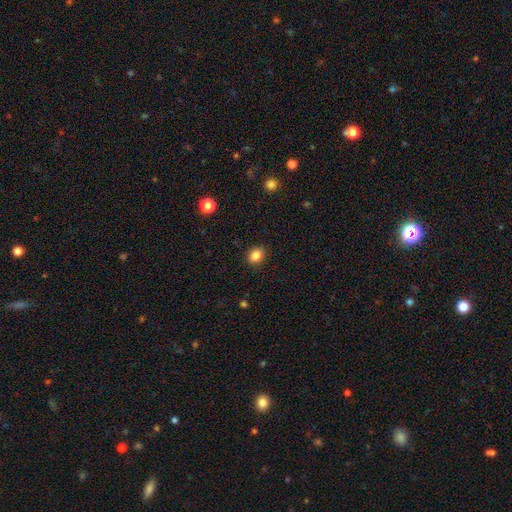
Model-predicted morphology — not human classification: smooth_or_featured: smooth (p=0.85) [alt: star or artifact p=0.10]
how_rounded: in between (p=0.55) [alt: round p=0.44]
merging: none (p=0.88) [alt: minor disturbance p=0.08]